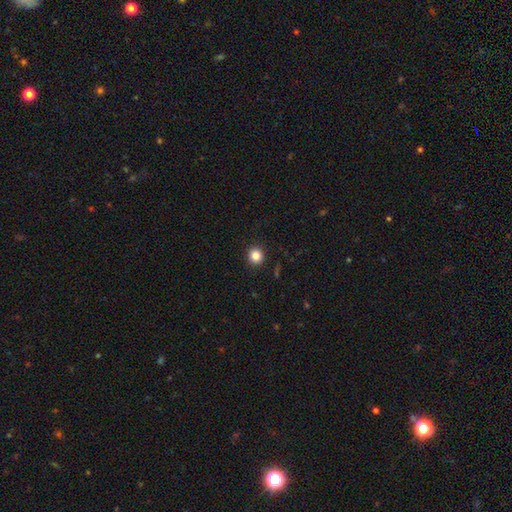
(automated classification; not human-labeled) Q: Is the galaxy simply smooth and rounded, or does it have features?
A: smooth — 85%.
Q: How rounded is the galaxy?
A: round — 92%.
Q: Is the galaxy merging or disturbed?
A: none — 92%.